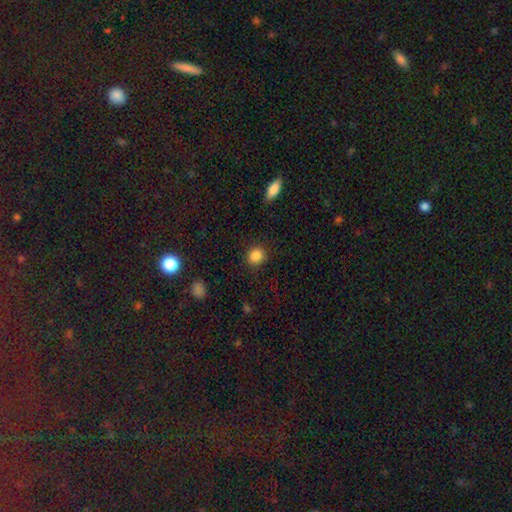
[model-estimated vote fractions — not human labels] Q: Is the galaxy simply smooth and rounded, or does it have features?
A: smooth — 86%.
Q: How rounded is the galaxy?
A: round — 85%.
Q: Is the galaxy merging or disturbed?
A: none — 88%.